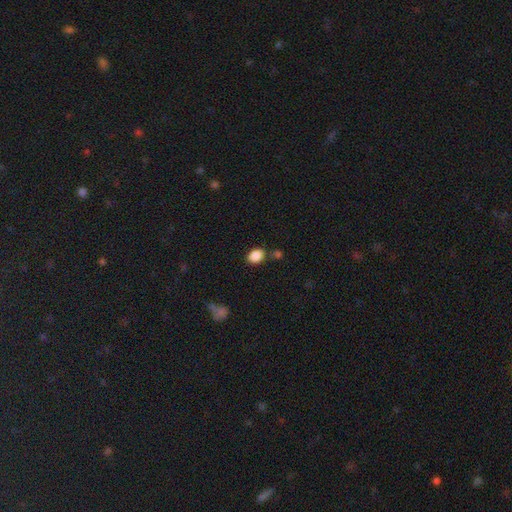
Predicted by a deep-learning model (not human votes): Smooth or featured? smooth (87%)
How rounded? in between (68%)
Merging? none (74%)